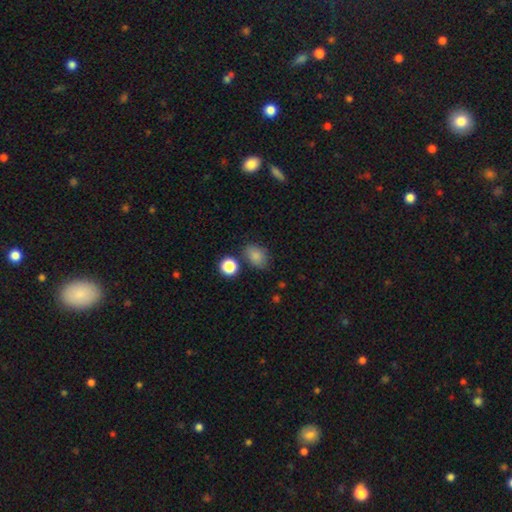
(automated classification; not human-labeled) smooth_or_featured: smooth (p=0.83) [alt: star or artifact p=0.11]
how_rounded: in between (p=0.72) [alt: round p=0.26]
merging: none (p=0.72) [alt: minor disturbance p=0.16]